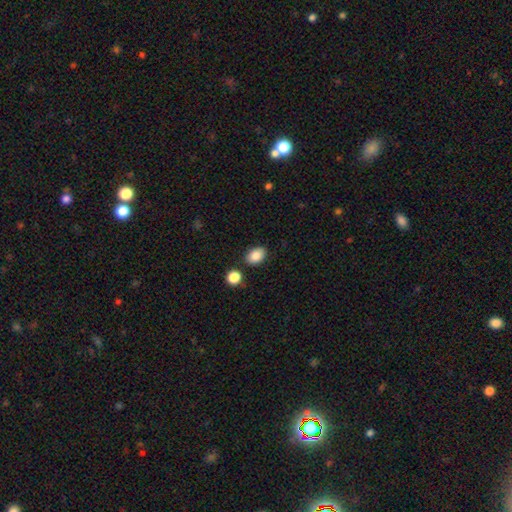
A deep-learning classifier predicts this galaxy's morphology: Smooth or featured? Predicted: smooth (p=0.86). How rounded? Predicted: in between (p=0.82). Merging? Predicted: none (p=0.83).